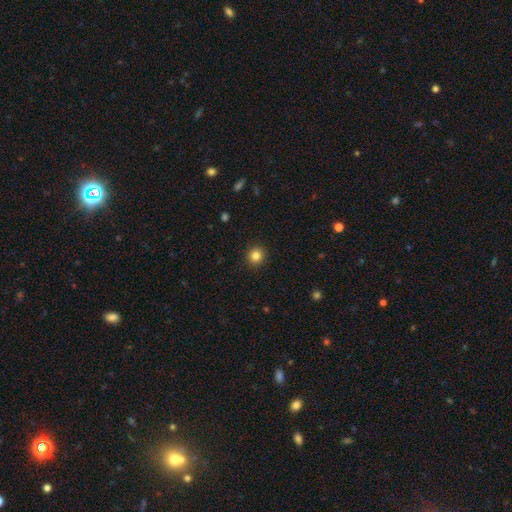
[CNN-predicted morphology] Smooth or featured: smooth — 83% (star or artifact — 12%)
How rounded: round — 94% (in between — 5%)
Merging: none — 92% (minor disturbance — 5%)